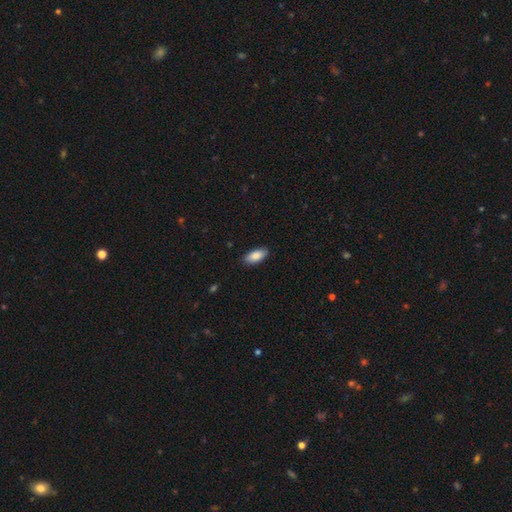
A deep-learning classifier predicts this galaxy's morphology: The model was most divided on "merging": none: 88%, minor disturbance: 10%, major disturbance: 2%, merger: 1%. More confident: how rounded — in between (89%); smooth or featured — smooth (87%).